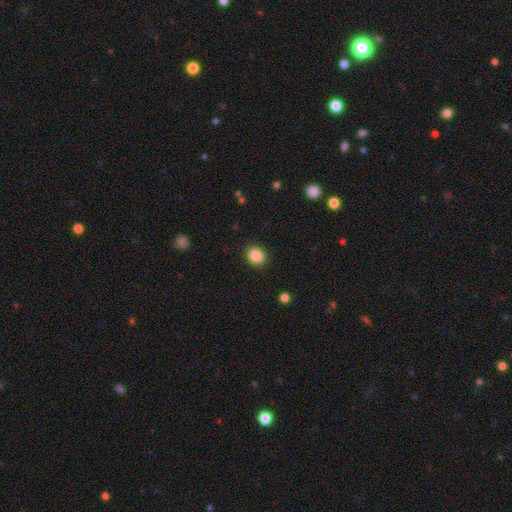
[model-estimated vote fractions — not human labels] smooth 88%, star or artifact 9%, featured or disk 3%. Down the decision tree: how rounded — round (74%); merging — none (89%).